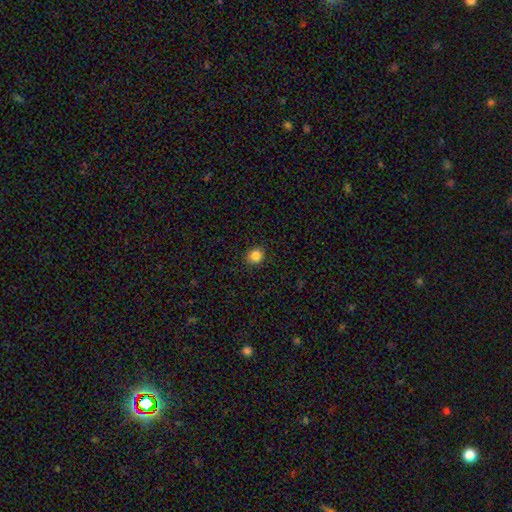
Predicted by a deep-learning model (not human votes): A smooth galaxy with no disk features (85%) that is round (83%). Merging: none (90%).